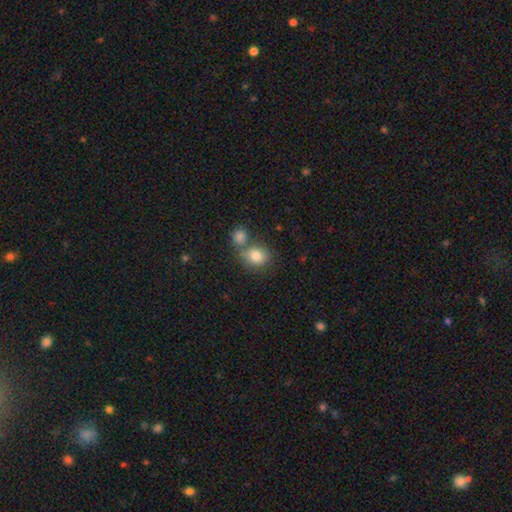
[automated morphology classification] Smooth or featured?
  - smooth: 82% *
  - star or artifact: 10%
  - featured or disk: 8%
How rounded?
  - round: 63% *
  - in between: 36%
  - cigar-shaped: 1%
Merging?
  - none: 49% *
  - merger: 36%
  - minor disturbance: 11%
  - major disturbance: 4%